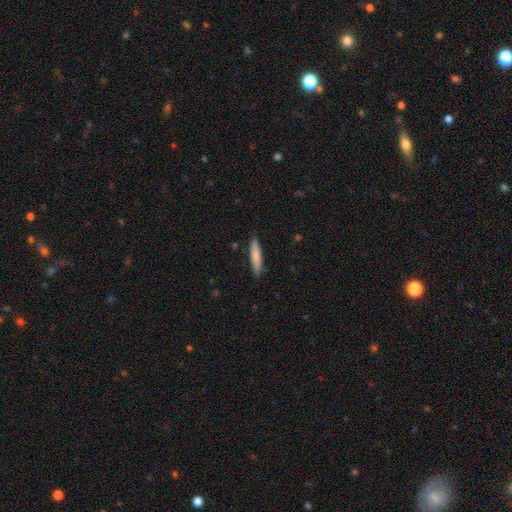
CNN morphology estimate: Smooth or featured? smooth (77%)
How rounded? cigar-shaped (90%)
Merging? none (88%)